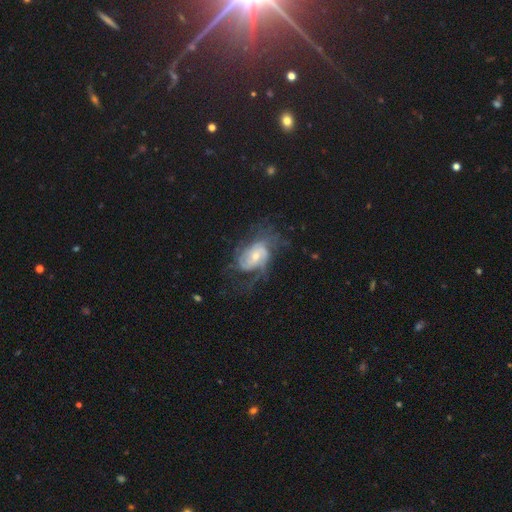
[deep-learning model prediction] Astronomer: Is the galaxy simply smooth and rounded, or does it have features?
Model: featured or disk — 80%.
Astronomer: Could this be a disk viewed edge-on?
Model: no — 96%.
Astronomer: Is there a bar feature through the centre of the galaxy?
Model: no — 57% (runner-up: weak, 35%).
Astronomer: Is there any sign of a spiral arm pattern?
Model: yes — 89%.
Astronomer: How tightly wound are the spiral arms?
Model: medium — 40% (runner-up: tight, 37%).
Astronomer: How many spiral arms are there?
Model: can't tell — 37% (runner-up: 2, 29%).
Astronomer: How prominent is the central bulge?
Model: small — 47% (runner-up: moderate, 46%).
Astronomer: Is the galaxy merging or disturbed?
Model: none — 48% (runner-up: major disturbance, 30%).